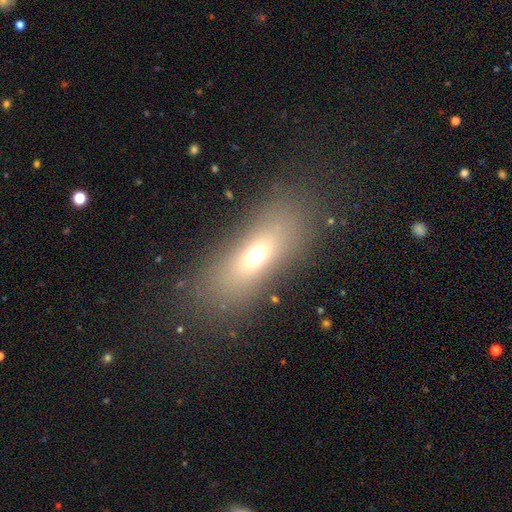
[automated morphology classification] The model was most divided on "smooth or featured": smooth: 63%, featured or disk: 21%, star or artifact: 16%. More confident: merging — none (80%); how rounded — in between (68%).